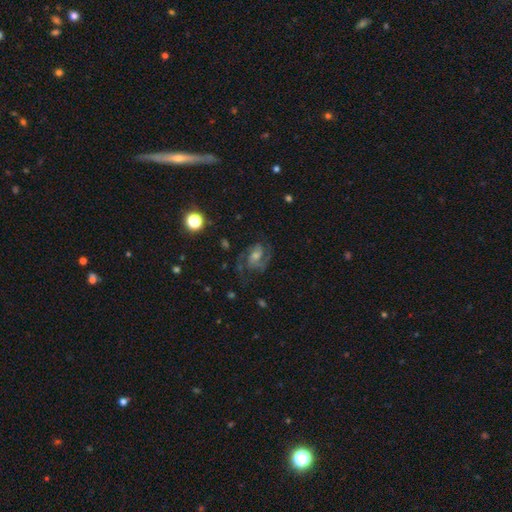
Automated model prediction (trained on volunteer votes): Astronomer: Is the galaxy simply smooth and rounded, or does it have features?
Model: featured or disk — 82%.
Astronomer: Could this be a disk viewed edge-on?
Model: no — 98%.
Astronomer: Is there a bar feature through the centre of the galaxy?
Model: no — 45% (runner-up: weak, 44%).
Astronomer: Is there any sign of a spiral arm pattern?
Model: yes — 97%.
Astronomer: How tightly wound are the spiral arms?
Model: medium — 56%.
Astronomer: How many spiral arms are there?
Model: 2 — 76%.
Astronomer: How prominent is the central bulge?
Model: moderate — 47% (runner-up: small, 38%).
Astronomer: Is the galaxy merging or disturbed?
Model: none — 72%.